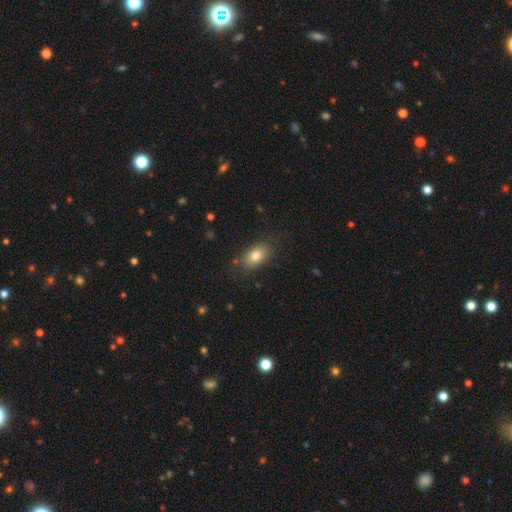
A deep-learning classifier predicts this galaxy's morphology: Overall: smooth (79%). How rounded: in between (85%). Merging: none (79%).